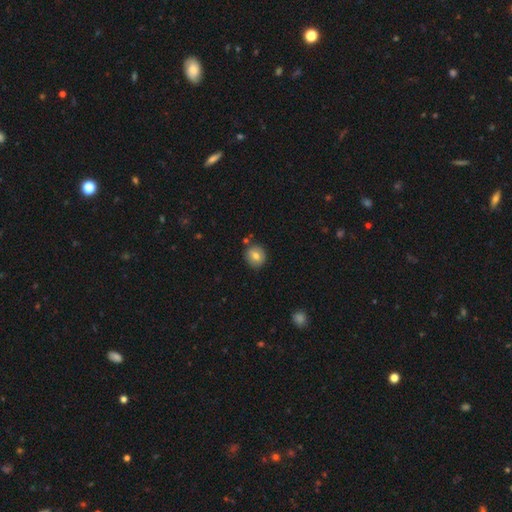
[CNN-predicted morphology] A smooth galaxy with no disk features (74%) that is round (88%). Merging: none (83%).